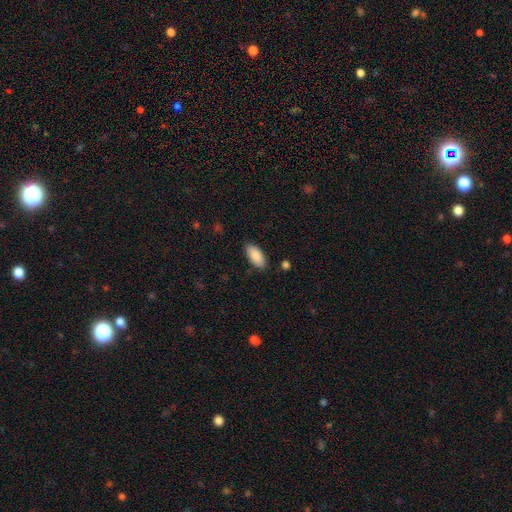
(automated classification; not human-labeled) smooth 89%, star or artifact 6%, featured or disk 5%. Down the decision tree: how rounded — in between (89%); merging — none (86%).